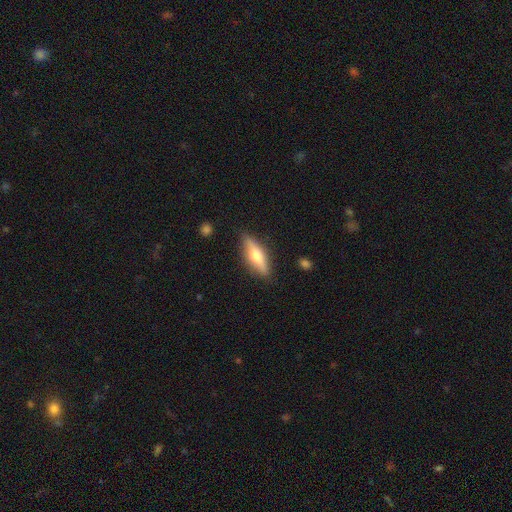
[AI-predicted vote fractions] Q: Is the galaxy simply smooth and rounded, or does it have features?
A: featured or disk — 52%.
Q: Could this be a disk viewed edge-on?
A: yes — 91%.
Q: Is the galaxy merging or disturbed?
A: none — 85%.